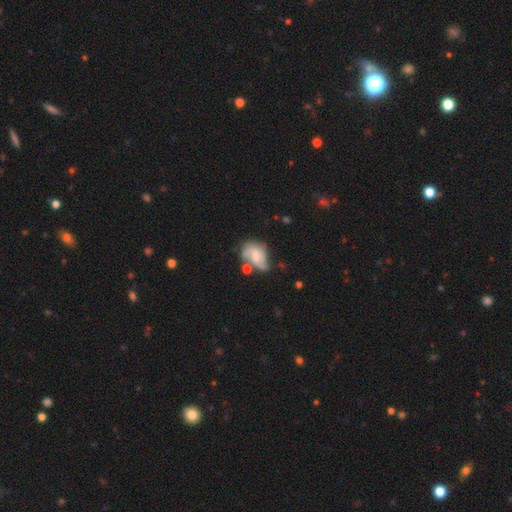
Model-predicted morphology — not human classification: The model was most divided on "merging": none: 33%, minor disturbance: 24%, merger: 23%, major disturbance: 19%. Remaining: edge-on disk — no (97%); spiral arms — yes (84%); smooth or featured — featured or disk (67%); bar — no (55%); bulge size — moderate (51%); spiral arm count — 2 (50%); spiral winding — medium (44%).